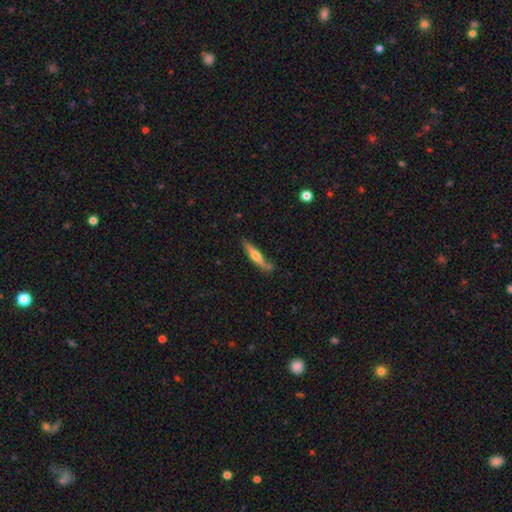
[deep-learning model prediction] Q: Smooth or featured?
A: smooth (47%); tied with: featured or disk (47%)
Q: Merging?
A: none (70%); runner-up: minor disturbance (18%)